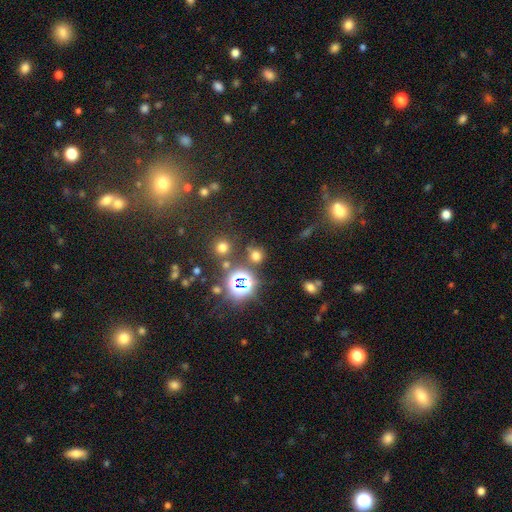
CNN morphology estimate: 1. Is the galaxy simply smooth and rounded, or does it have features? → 56% smooth, 37% star or artifact, 7% featured or disk.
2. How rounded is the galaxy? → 84% round, 15% in between, 1% cigar-shaped.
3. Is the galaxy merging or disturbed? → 78% none, 10% minor disturbance, 8% merger, 5% major disturbance.